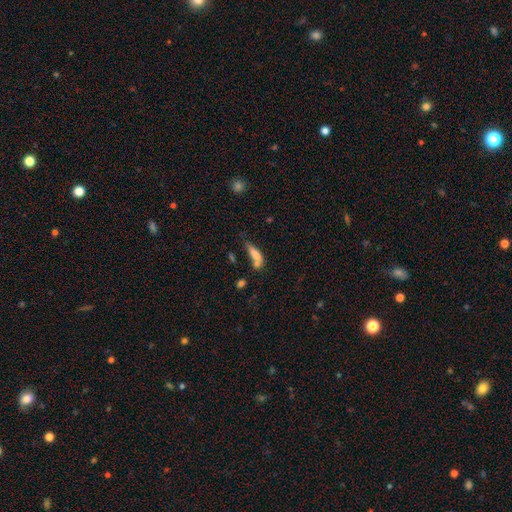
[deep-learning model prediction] Smooth or featured? Predicted: smooth (p=0.71). How rounded? Predicted: cigar-shaped (p=0.49). Merging? Predicted: none (p=0.33).